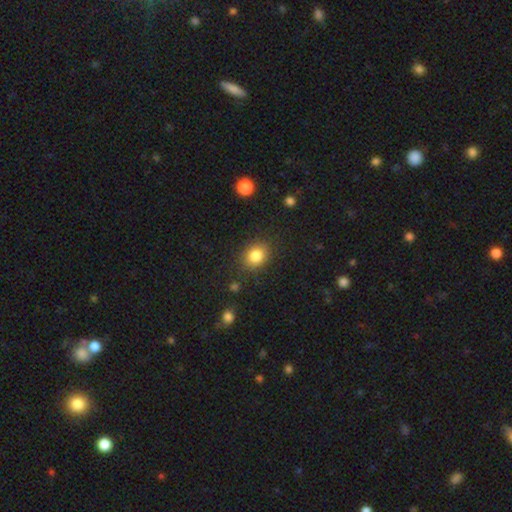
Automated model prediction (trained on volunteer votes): This is clearly a smooth galaxy (84%). How rounded: possibly round (55%). Merging: clearly none (83%).